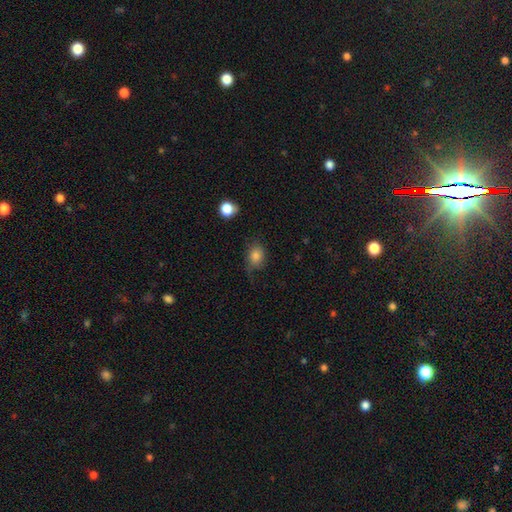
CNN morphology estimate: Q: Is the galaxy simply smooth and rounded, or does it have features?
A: smooth — 82%.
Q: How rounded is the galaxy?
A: in between — 53%.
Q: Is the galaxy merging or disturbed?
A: none — 60%.